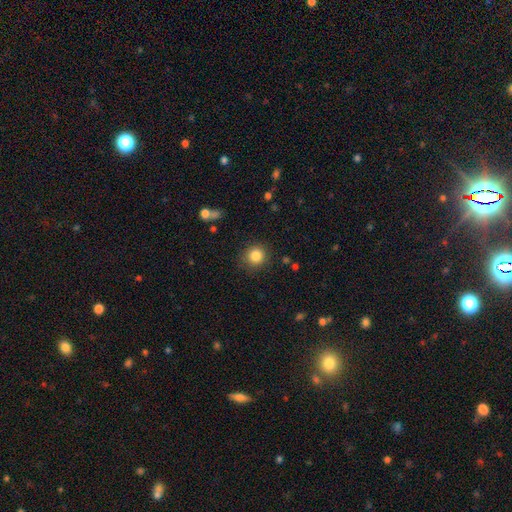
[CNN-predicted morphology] smooth-or-featured: smooth: 85% | star or artifact: 10% | featured or disk: 5%
  how-rounded: round: 91% | in between: 8% | cigar-shaped: 1%
  merging: none: 86% | minor disturbance: 9% | major disturbance: 3% | merger: 2%